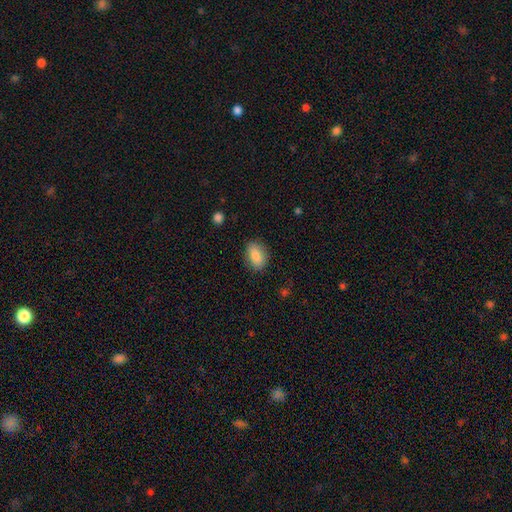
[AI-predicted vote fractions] smooth-or-featured: smooth: 85% | featured or disk: 8% | star or artifact: 7%
  how-rounded: in between: 85% | round: 12% | cigar-shaped: 3%
  merging: none: 84% | minor disturbance: 12% | major disturbance: 3% | merger: 1%